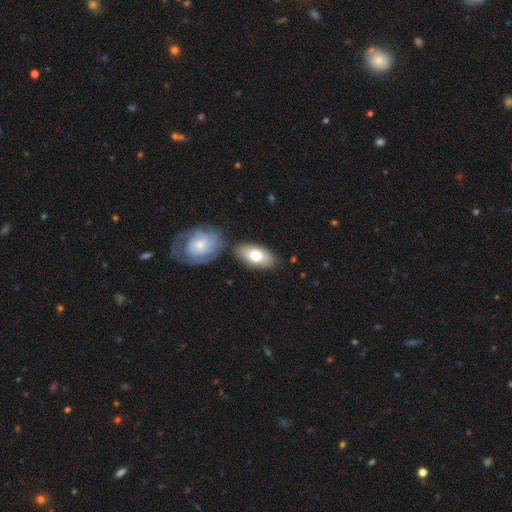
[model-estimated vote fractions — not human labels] This is likely a smooth galaxy (70%). How rounded: clearly in between (91%). Merging: likely none (75%).